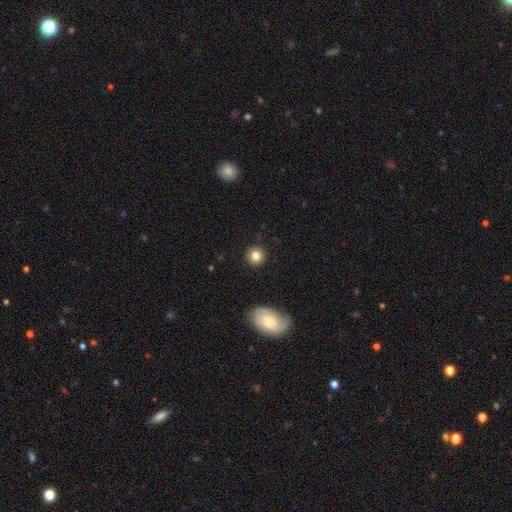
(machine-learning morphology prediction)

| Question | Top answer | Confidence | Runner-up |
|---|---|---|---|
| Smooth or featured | smooth | 82% | star or artifact (10%) |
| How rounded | round | 93% | in between (6%) |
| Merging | none | 88% | minor disturbance (8%) |